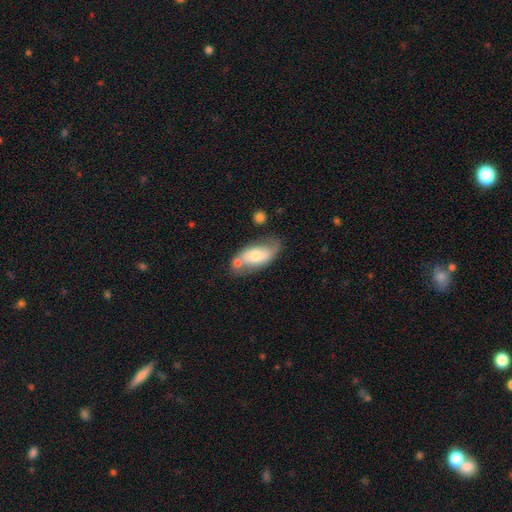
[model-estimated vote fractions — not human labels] smooth 59%, featured or disk 35%, star or artifact 6%. Down the decision tree: how rounded — in between (89%); merging — none (46%).